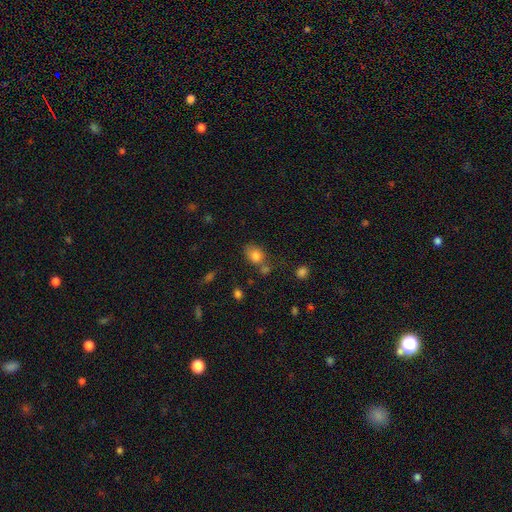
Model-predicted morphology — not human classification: Smooth or featured?
  - smooth: 81% *
  - star or artifact: 11%
  - featured or disk: 8%
How rounded?
  - in between: 56% *
  - round: 43%
  - cigar-shaped: 1%
Merging?
  - none: 56% *
  - merger: 19%
  - minor disturbance: 18%
  - major disturbance: 7%